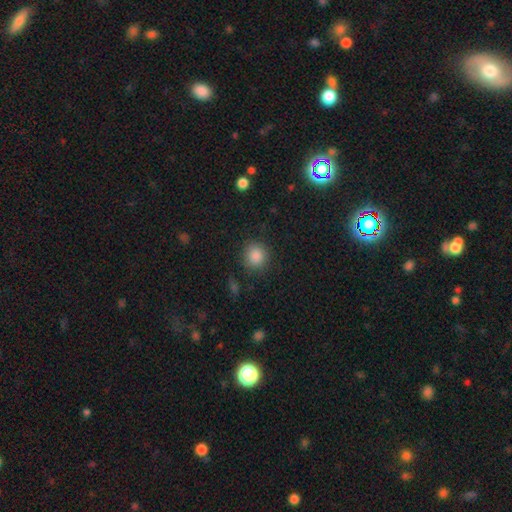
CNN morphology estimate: Overall: smooth (86%). How rounded: round (84%). Merging: none (87%).